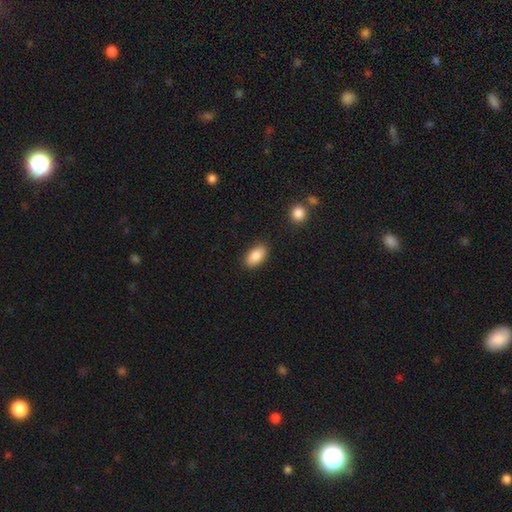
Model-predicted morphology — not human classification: The model was most divided on "merging": none: 87%, minor disturbance: 9%, major disturbance: 2%, merger: 2%. More confident: how rounded — in between (92%); smooth or featured — smooth (87%).